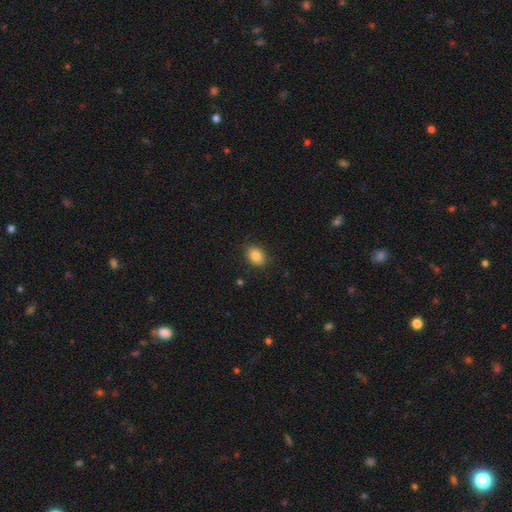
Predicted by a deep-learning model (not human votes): Smooth or featured?
  - smooth: 86% *
  - star or artifact: 9%
  - featured or disk: 6%
How rounded?
  - in between: 72% *
  - round: 26%
  - cigar-shaped: 1%
Merging?
  - none: 84% *
  - minor disturbance: 12%
  - major disturbance: 3%
  - merger: 1%